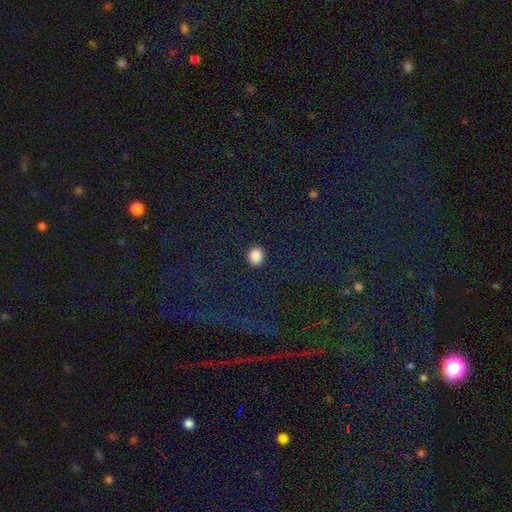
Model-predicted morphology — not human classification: Smooth or featured?
  - smooth: 87% *
  - star or artifact: 10%
  - featured or disk: 3%
How rounded?
  - round: 77% *
  - in between: 22%
  - cigar-shaped: 1%
Merging?
  - none: 91% *
  - minor disturbance: 6%
  - major disturbance: 2%
  - merger: 1%